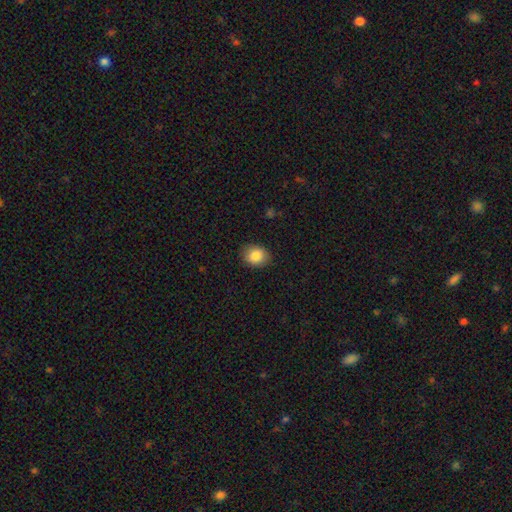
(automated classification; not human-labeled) Overall: smooth (86%). How rounded: round (50%; in between 49%). Merging: none (86%).